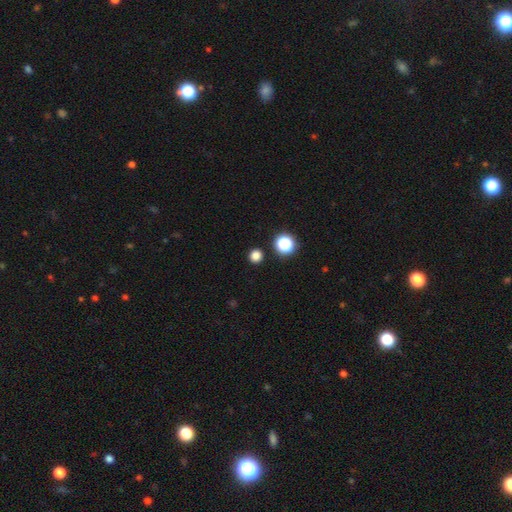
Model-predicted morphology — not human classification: smooth-or-featured: smooth: 80% | star or artifact: 17% | featured or disk: 3%
  how-rounded: round: 94% | in between: 5% | cigar-shaped: 1%
  merging: none: 91% | minor disturbance: 5% | merger: 2% | major disturbance: 2%